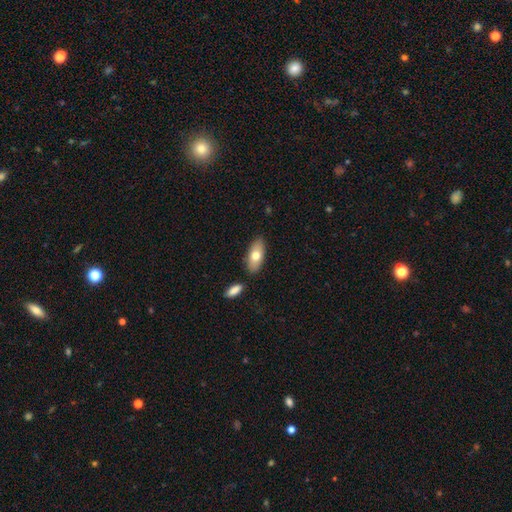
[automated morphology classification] type=smooth (71%); roundness=in between (84%); merging=none (82%).